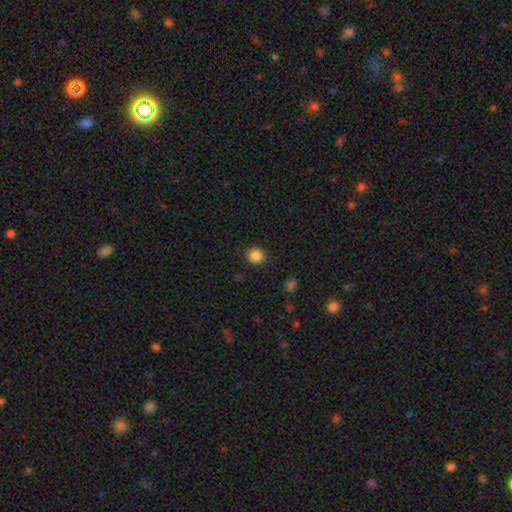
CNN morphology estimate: Smooth or featured: smooth — 86% (star or artifact — 10%)
How rounded: round — 83% (in between — 16%)
Merging: none — 89% (minor disturbance — 7%)